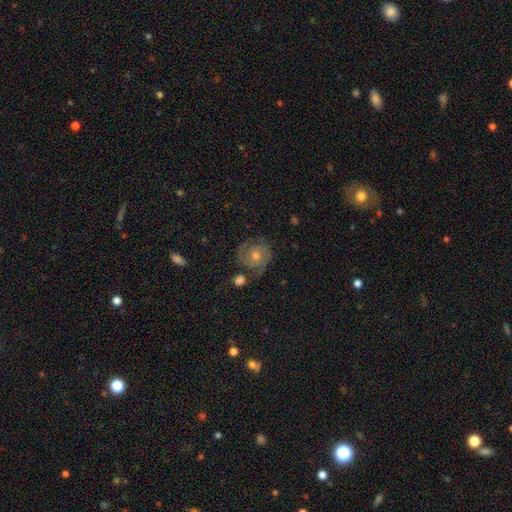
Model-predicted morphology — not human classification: A featured or disk galaxy (79%) with no bar (75%), 2 (71%) tight (58%) spiral arms (95%) and a moderate central bulge (58%).

Vote fractions:
- Smooth or featured? featured or disk: 79% / smooth: 12% / star or artifact: 10%
- Edge-on disk? no: 98% / yes: 2%
- Bar? no: 75% / weak: 21% / strong: 4%
- Spiral arms? yes: 95% / no: 5%
- Spiral winding? tight: 58% / medium: 34% / loose: 8%
- Spiral arm count? 2: 71% / can't tell: 12% / 3: 8% / 1: 4% / 4: 3% / more than 4: 2%
- Bulge size? moderate: 58% / small: 37% / large: 3% / none: 2% / dominant: 1%
- Merging? none: 75% / minor disturbance: 14% / major disturbance: 7% / merger: 4%